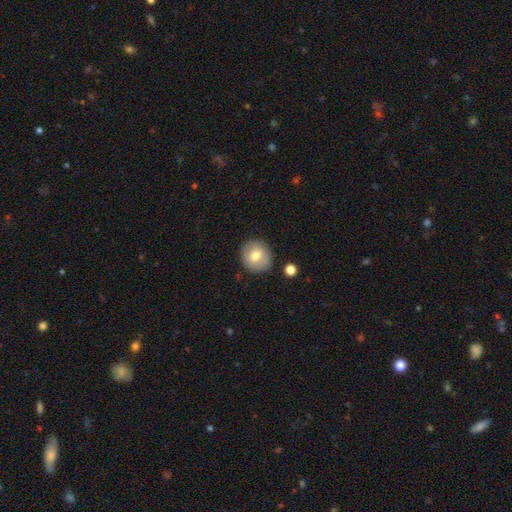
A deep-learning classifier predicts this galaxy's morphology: type=smooth (72%); roundness=round (85%); merging=none (85%).